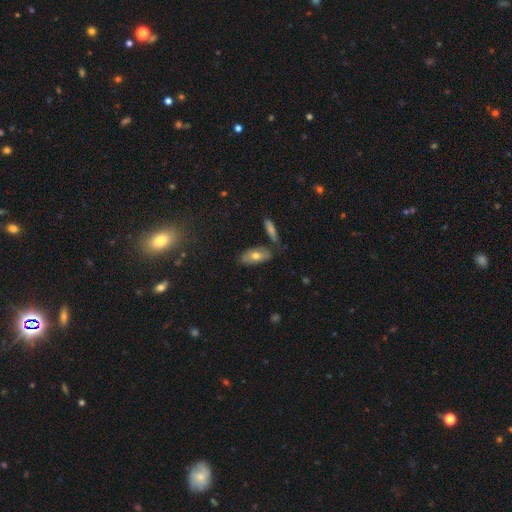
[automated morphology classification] Smooth or featured? smooth (65%)
How rounded? in between (84%)
Merging? none (74%)